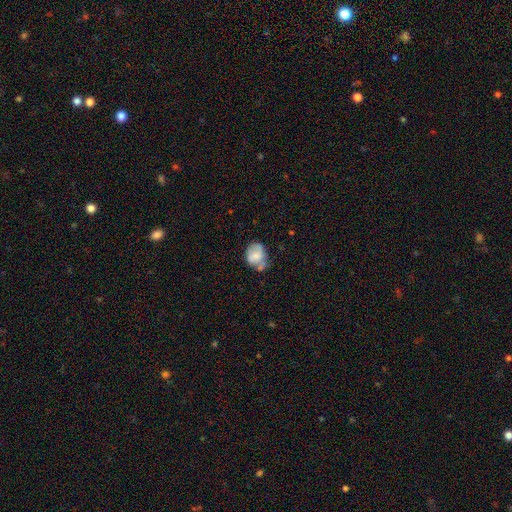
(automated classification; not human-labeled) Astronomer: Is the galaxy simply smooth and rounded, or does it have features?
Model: smooth — 61%.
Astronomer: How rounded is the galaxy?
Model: in between — 56% (runner-up: round, 43%).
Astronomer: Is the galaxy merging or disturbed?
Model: none — 38% (runner-up: minor disturbance, 32%).